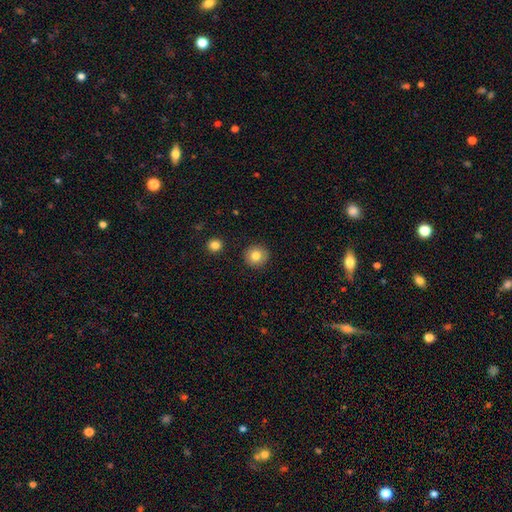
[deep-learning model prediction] This appears to be a smooth galaxy with no disk features (82%) that is round (93%). Merging: none (92%).